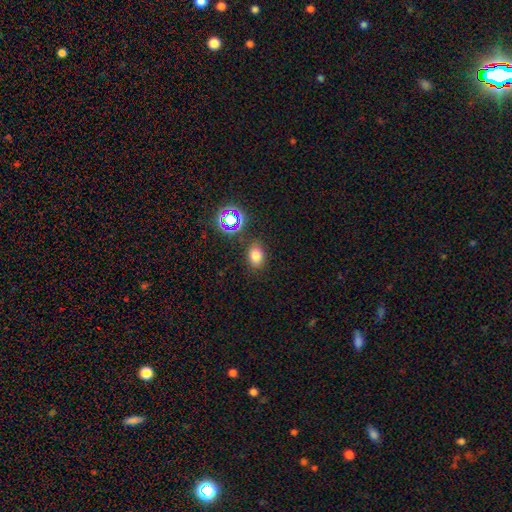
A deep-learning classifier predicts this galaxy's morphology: The model was most divided on "how rounded": in between: 70%, round: 29%, cigar-shaped: 1%. More confident: merging — none (82%); smooth or featured — smooth (74%).